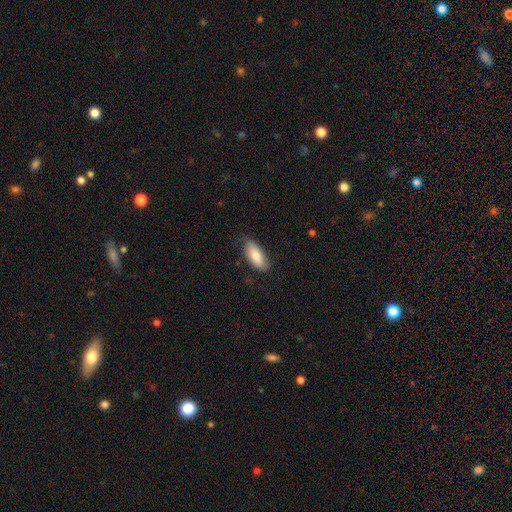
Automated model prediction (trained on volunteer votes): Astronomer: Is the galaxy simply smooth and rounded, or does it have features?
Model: smooth — 84%.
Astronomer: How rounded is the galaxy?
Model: in between — 83%.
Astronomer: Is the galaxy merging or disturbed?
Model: none — 77%.